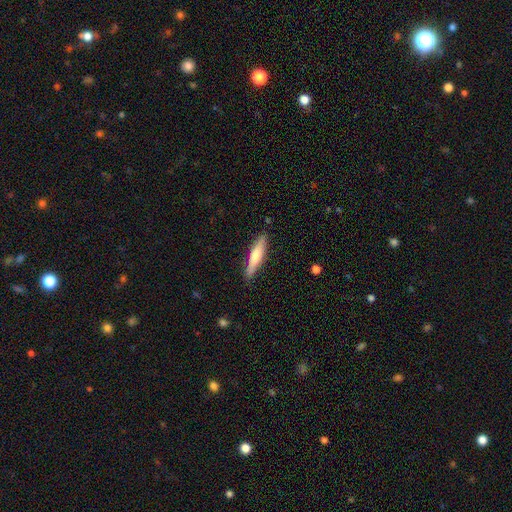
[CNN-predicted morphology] Smooth or featured? Predicted: smooth (p=0.61). How rounded? Predicted: cigar-shaped (p=0.83). Merging? Predicted: none (p=0.86).